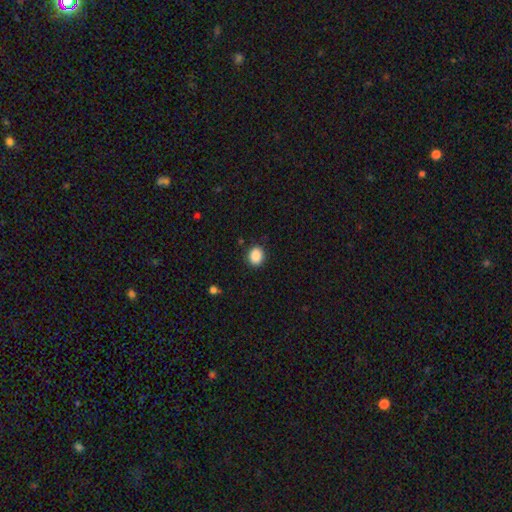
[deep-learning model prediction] smooth-or-featured: smooth: 88% | star or artifact: 9% | featured or disk: 3%
  how-rounded: round: 58% | in between: 41% | cigar-shaped: 1%
  merging: none: 88% | minor disturbance: 9% | major disturbance: 2% | merger: 1%